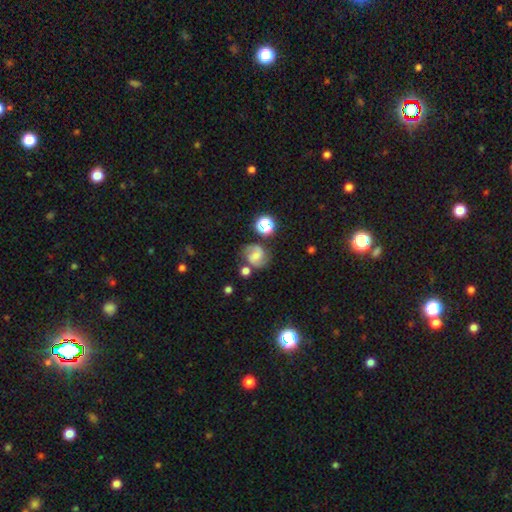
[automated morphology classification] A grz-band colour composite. It shows a featured or disk galaxy (62%) with a weak bar (47%), 2 (86%) medium (54%) spiral arms (92%) and a small central bulge (44%). Merging: none (66%).